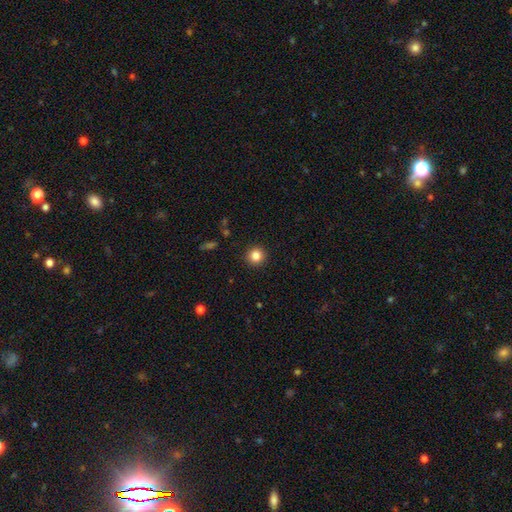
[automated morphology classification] This is clearly a smooth galaxy (84%). How rounded: clearly round (94%). Merging: clearly none (92%).